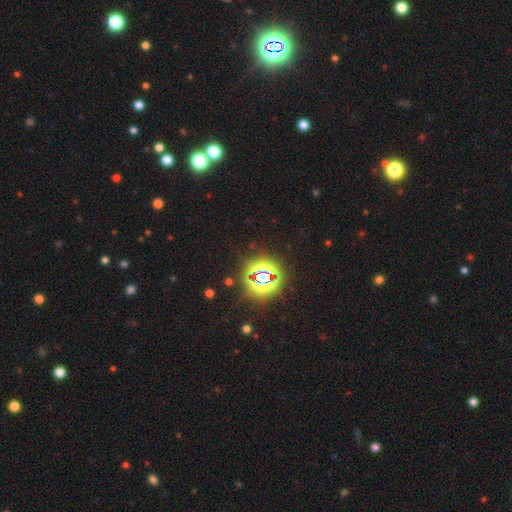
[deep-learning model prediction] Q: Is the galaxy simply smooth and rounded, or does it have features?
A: star or artifact — 83%.